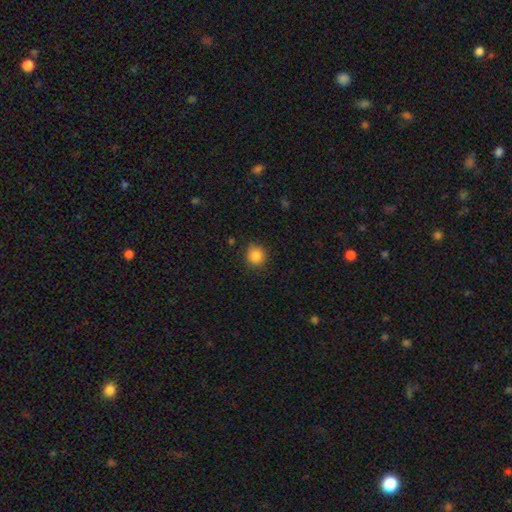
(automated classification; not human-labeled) smooth_or_featured: smooth (p=0.85) [alt: star or artifact p=0.10]
how_rounded: round (p=0.89) [alt: in between p=0.10]
merging: none (p=0.88) [alt: minor disturbance p=0.09]